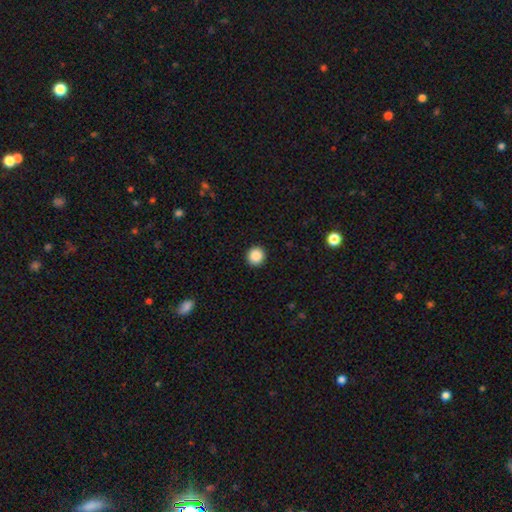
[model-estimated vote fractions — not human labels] This is clearly a smooth galaxy (88%). How rounded: clearly round (93%). Merging: clearly none (93%).